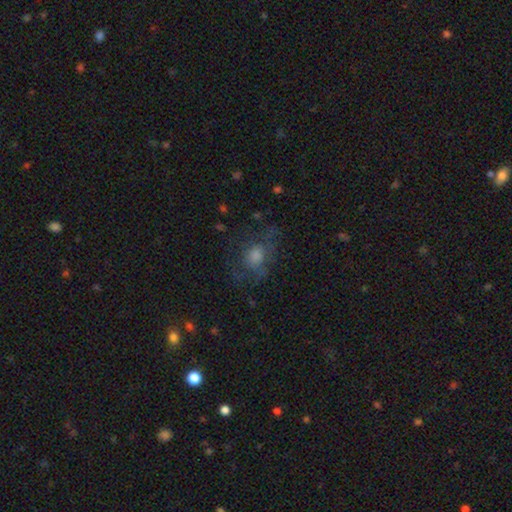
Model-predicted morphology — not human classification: Overall: smooth (45%; featured or disk 37%). Merging: none (59%; major disturbance 20%).